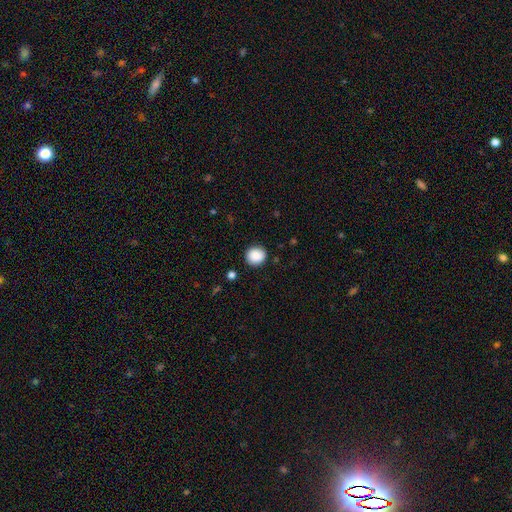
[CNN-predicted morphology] smooth_or_featured: smooth (p=0.89) [alt: star or artifact p=0.08]
how_rounded: round (p=0.87) [alt: in between p=0.12]
merging: none (p=0.89) [alt: minor disturbance p=0.07]